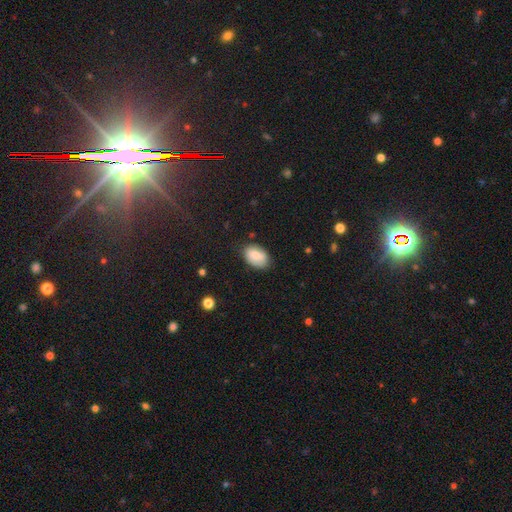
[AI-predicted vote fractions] Morphology: type=smooth (73%); roundness=in between (89%); merging=none (76%).